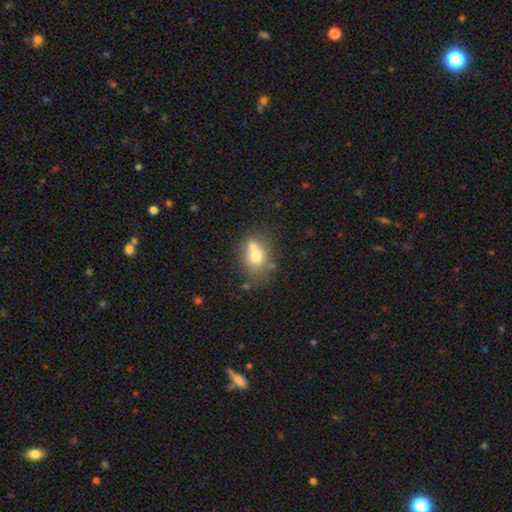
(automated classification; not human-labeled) Morphology: type=smooth (68%); roundness=round (58%); merging=none (44%).